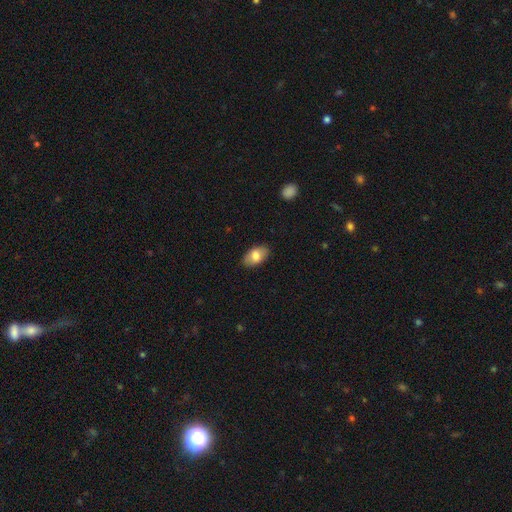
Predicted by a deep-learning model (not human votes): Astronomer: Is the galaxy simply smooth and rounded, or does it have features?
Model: smooth — 78%.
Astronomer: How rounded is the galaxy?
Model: in between — 92%.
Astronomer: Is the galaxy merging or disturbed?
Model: none — 86%.